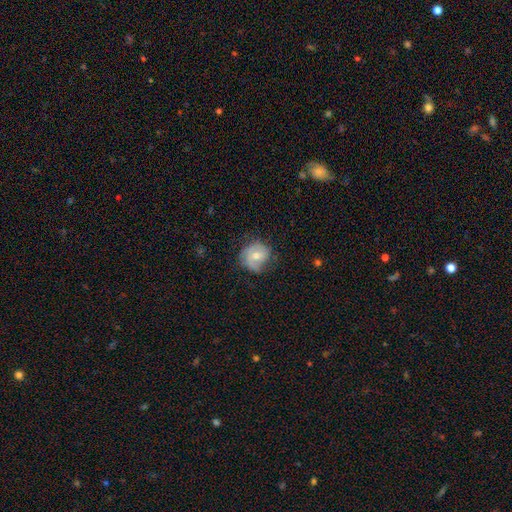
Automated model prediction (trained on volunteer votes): featured or disk 49%, smooth 44%, star or artifact 7%. Down the decision tree: merging — none (56%).